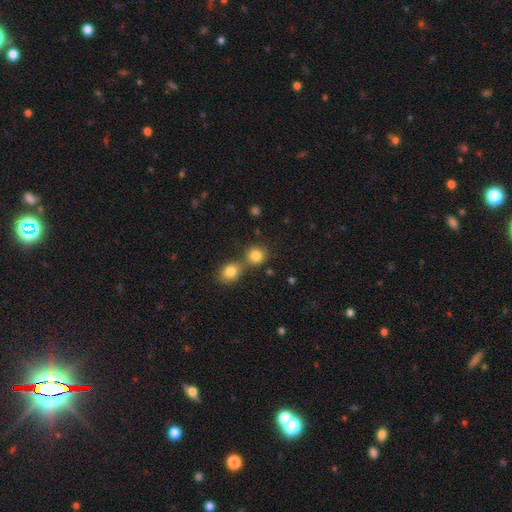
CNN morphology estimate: smooth-or-featured: smooth: 83% | star or artifact: 11% | featured or disk: 6%
  how-rounded: round: 84% | in between: 15% | cigar-shaped: 1%
  merging: none: 51% | merger: 39% | minor disturbance: 7% | major disturbance: 3%